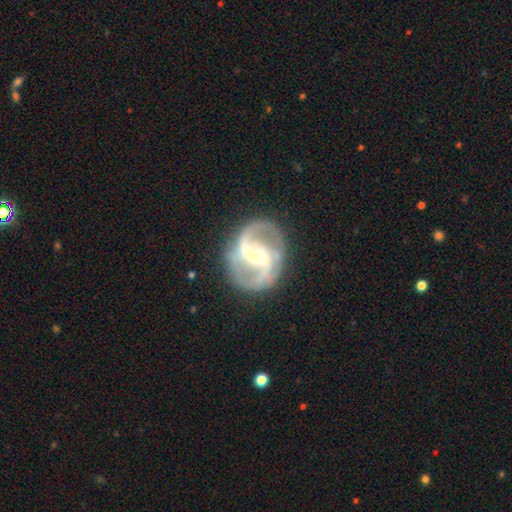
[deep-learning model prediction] Smooth or featured? Predicted: featured or disk (p=0.91). Edge-on disk? Predicted: no (p=0.98). Bar? Predicted: strong (p=0.52). Spiral arms? Predicted: yes (p=0.97). Spiral winding? Predicted: medium (p=0.53). Spiral arm count? Predicted: 2 (p=0.92). Bulge size? Predicted: small (p=0.49). Merging? Predicted: none (p=0.80).